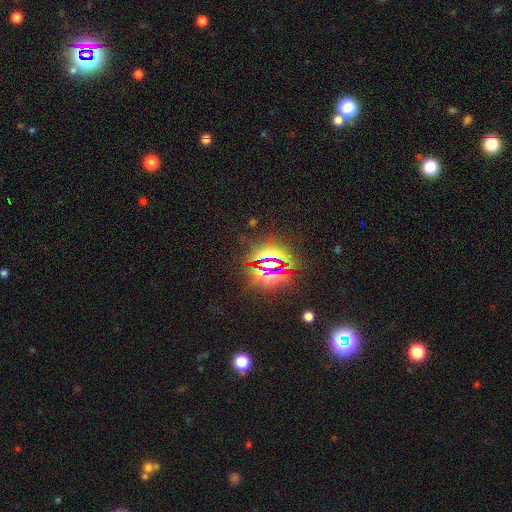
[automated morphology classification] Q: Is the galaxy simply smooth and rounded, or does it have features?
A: star or artifact — 83%.